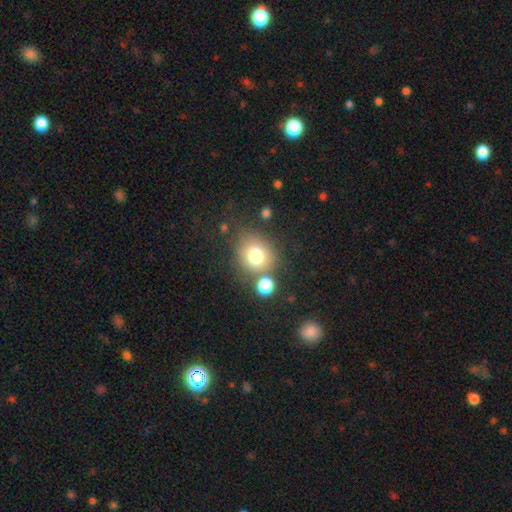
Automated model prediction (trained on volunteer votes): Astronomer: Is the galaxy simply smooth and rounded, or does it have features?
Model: smooth — 74%.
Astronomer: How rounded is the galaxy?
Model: round — 76%.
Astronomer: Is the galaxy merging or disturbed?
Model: none — 64%.